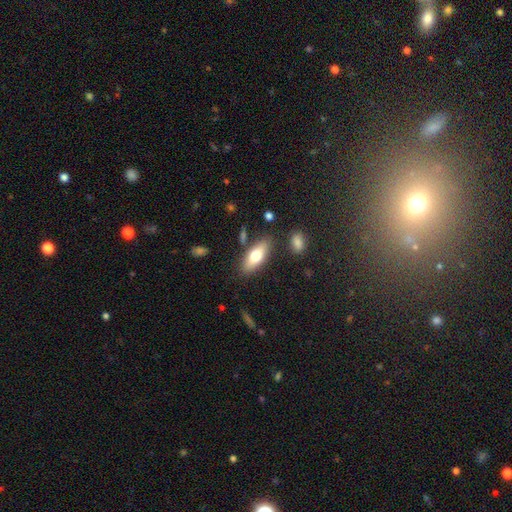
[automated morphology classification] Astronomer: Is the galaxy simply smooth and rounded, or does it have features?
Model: smooth — 69%.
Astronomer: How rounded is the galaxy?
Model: in between — 72%.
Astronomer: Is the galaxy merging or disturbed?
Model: none — 80%.